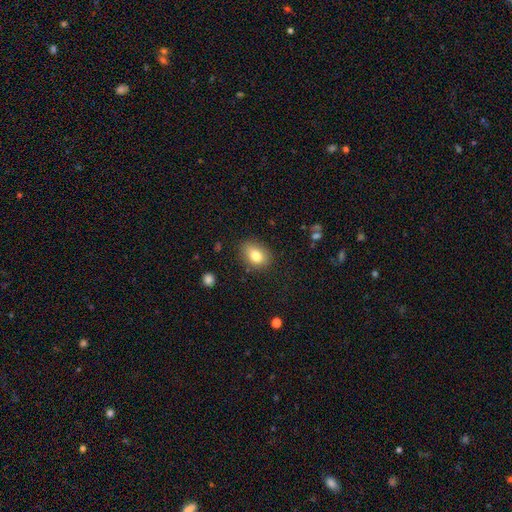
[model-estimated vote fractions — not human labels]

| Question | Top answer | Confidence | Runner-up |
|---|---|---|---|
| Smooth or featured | smooth | 80% | featured or disk (10%) |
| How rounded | in between | 73% | round (25%) |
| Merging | none | 81% | minor disturbance (14%) |